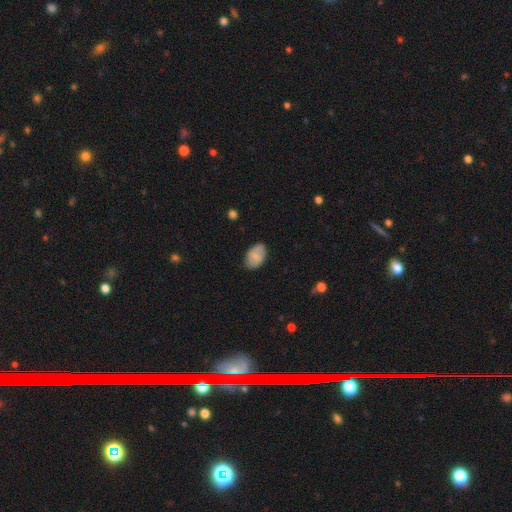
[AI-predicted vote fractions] Smooth or featured: smooth — 73% (featured or disk — 20%)
How rounded: in between — 91% (round — 8%)
Merging: none — 81% (minor disturbance — 15%)